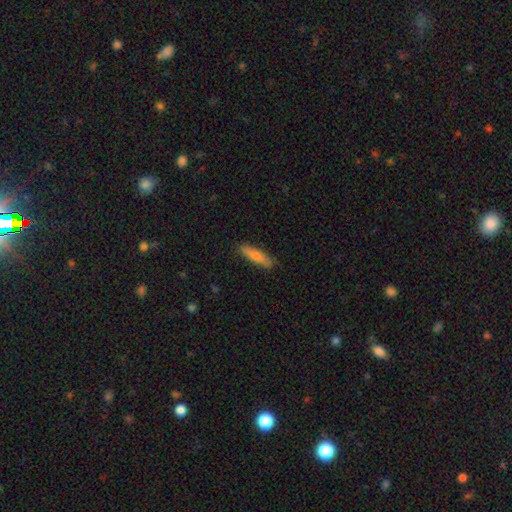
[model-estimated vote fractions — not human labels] A smooth galaxy with no disk features (80%) that is cigar-shaped (77%). Merging: none (86%).